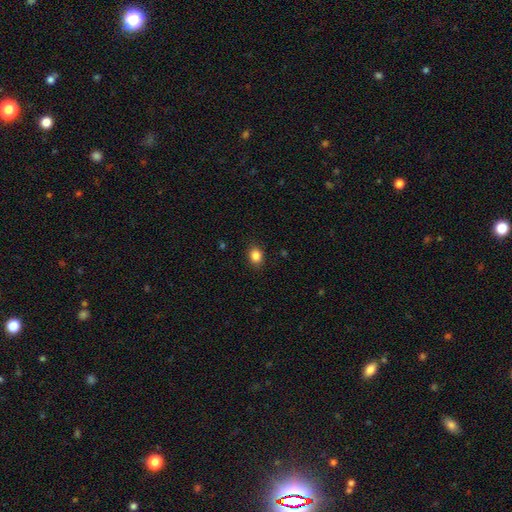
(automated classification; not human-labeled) This appears to be a smooth galaxy with no disk features (86%) that is in between round and cigar-shaped (51%). Merging: none (88%).